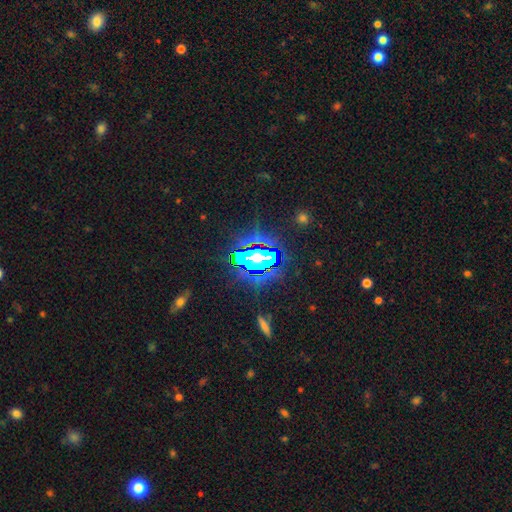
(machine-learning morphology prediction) type=star or artifact (65%).